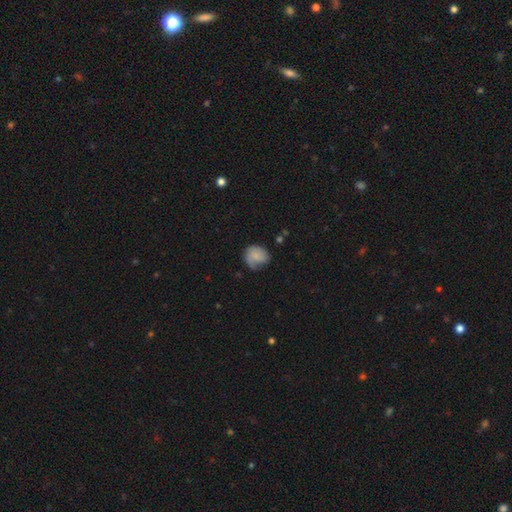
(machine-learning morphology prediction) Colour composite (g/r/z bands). It shows a smooth galaxy with no disk features (64%) that is round (68%). Merging: none (47%).